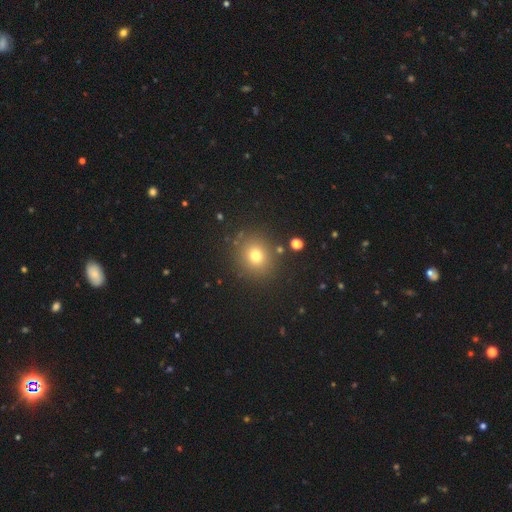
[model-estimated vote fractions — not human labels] Morphology: type=smooth (74%); roundness=round (84%); merging=none (86%).